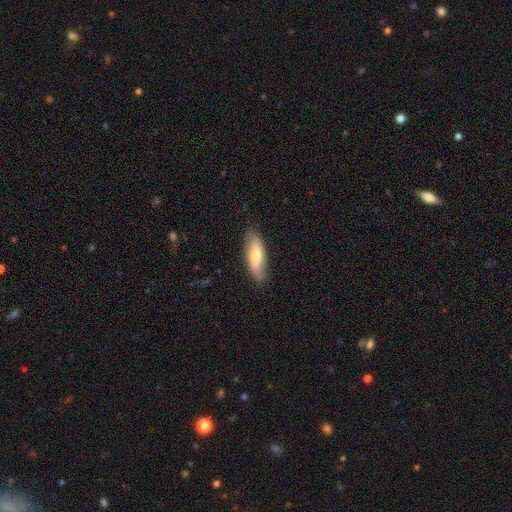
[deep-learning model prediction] The model was most divided on "how rounded": in between: 58%, cigar-shaped: 40%, round: 2%. More confident: merging — none (84%); smooth or featured — smooth (60%).